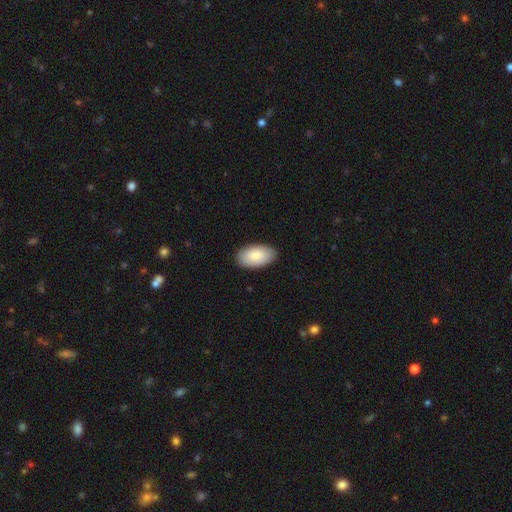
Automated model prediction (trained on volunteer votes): Overall: smooth (85%). How rounded: in between (96%). Merging: none (88%).